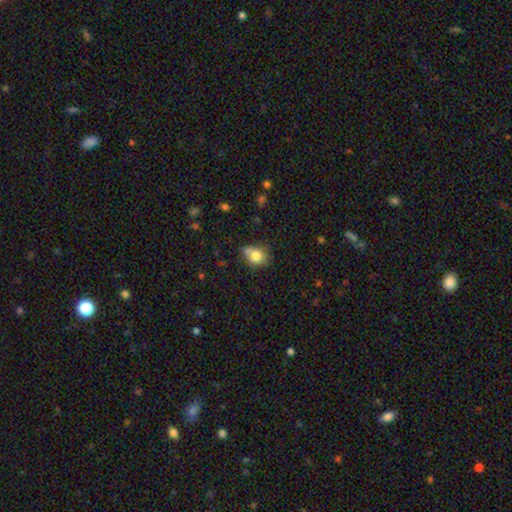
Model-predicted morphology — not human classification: The model was most divided on "merging": none: 57%, minor disturbance: 23%, merger: 13%, major disturbance: 6%. More confident: smooth or featured — smooth (79%); how rounded — round (67%).